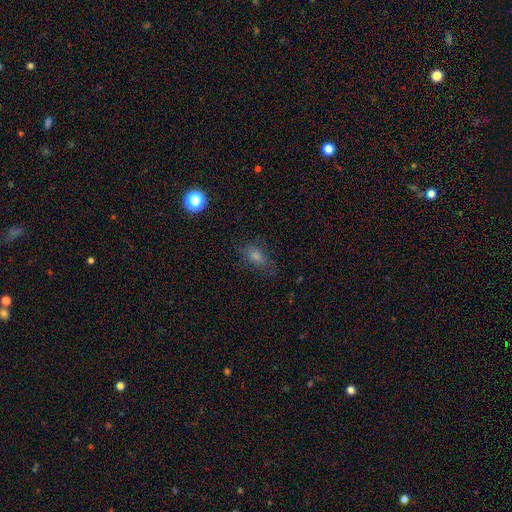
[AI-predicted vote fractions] Morphology: type=smooth (62%); roundness=in between (73%); merging=none (70%).